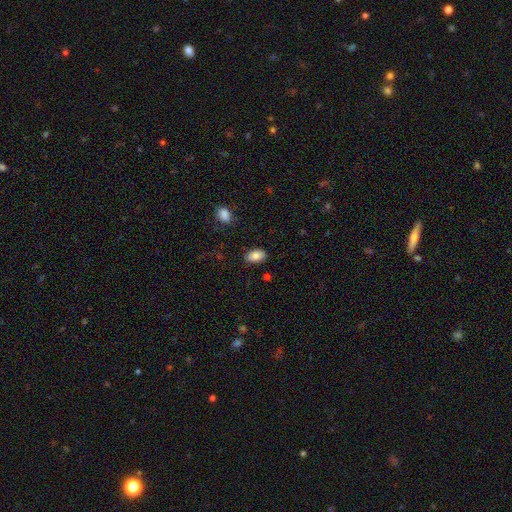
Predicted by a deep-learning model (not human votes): Smooth or featured? Predicted: smooth (p=0.86). How rounded? Predicted: in between (p=0.92). Merging? Predicted: none (p=0.86).